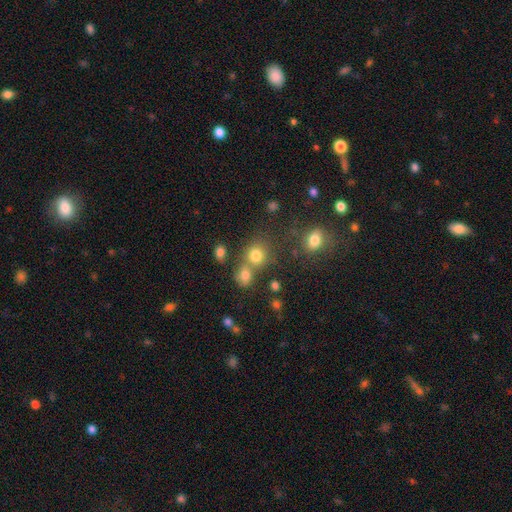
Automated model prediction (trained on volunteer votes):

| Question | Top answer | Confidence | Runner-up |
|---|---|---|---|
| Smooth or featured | smooth | 76% | star or artifact (16%) |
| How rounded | round | 82% | in between (17%) |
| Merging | none | 57% | merger (29%) |